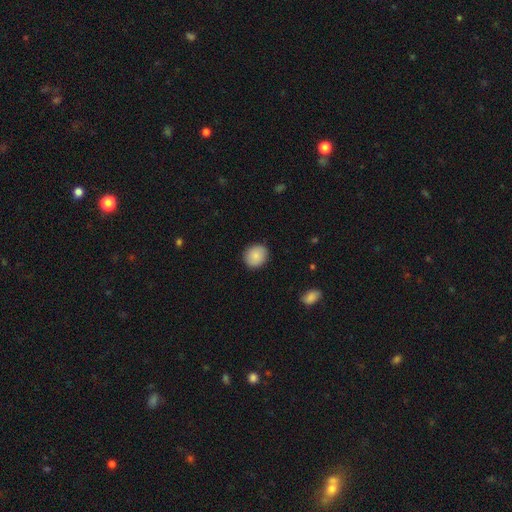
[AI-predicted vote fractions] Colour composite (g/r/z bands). It shows a smooth galaxy with no disk features (87%) that is round (73%). Merging: none (88%).